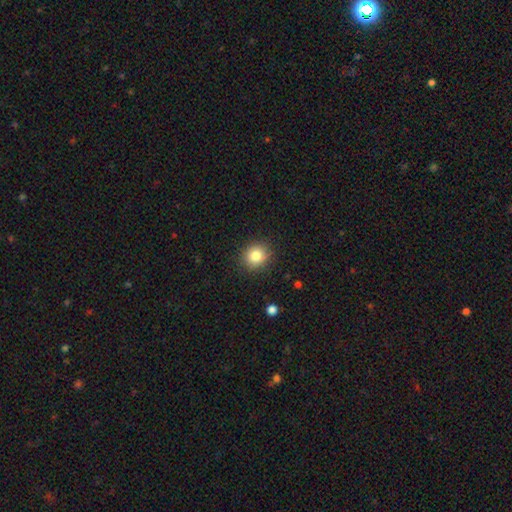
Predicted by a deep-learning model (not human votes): This is clearly a smooth galaxy (83%). How rounded: clearly round (81%). Merging: clearly none (87%).